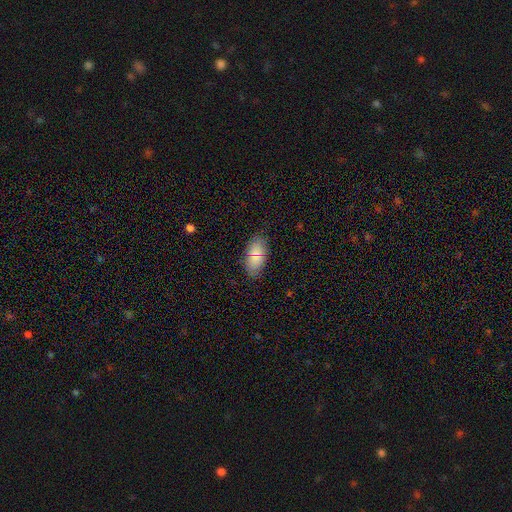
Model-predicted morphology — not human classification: Q: Smooth or featured?
A: smooth (81%); runner-up: featured or disk (10%)
Q: How rounded?
A: in between (91%); runner-up: cigar-shaped (6%)
Q: Merging?
A: none (83%); runner-up: minor disturbance (12%)